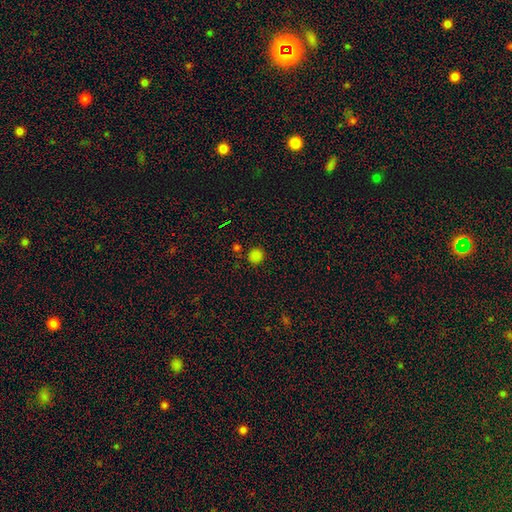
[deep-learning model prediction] This appears to be a smooth galaxy with no disk features (78%) that is round (91%). Merging: none (83%).